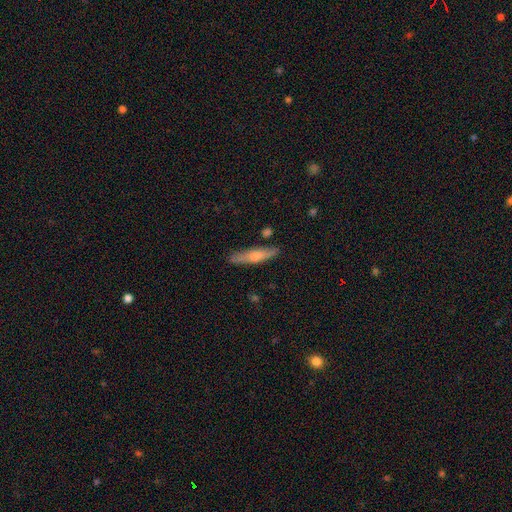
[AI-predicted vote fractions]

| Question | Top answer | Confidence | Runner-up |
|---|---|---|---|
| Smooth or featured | featured or disk | 48% | smooth (45%) |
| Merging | none | 86% | minor disturbance (10%) |